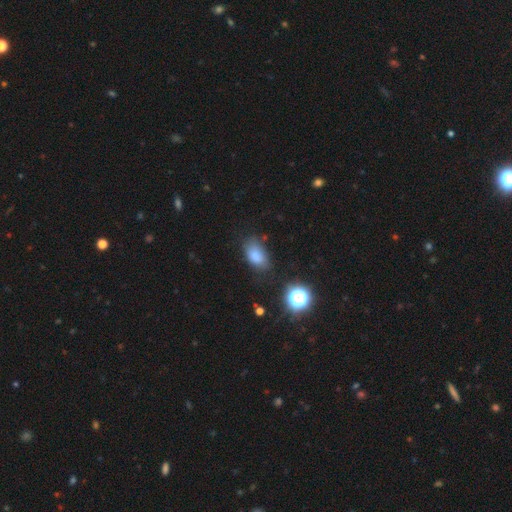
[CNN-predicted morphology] smooth_or_featured: smooth (p=0.81) [alt: star or artifact p=0.12]
how_rounded: in between (p=0.89) [alt: round p=0.09]
merging: none (p=0.68) [alt: minor disturbance p=0.22]